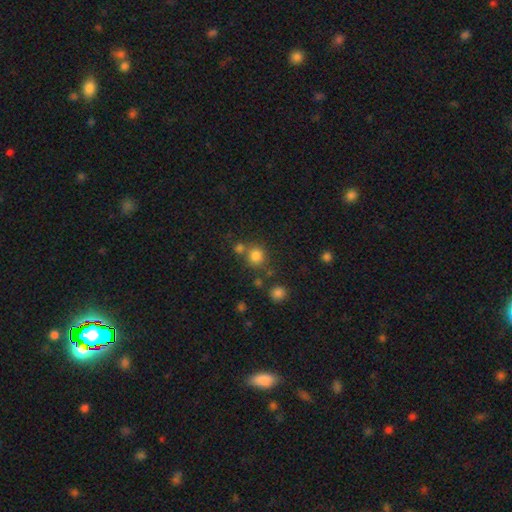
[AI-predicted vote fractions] The model was most divided on "merging": none: 66%, merger: 20%, minor disturbance: 9%, major disturbance: 4%. More confident: how rounded — round (87%); smooth or featured — smooth (79%).